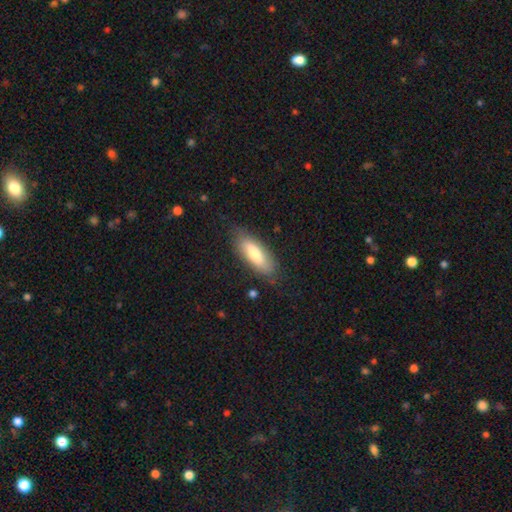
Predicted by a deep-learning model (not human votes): A smooth galaxy with no disk features (73%) that is in between round and cigar-shaped (69%). Merging: none (78%).